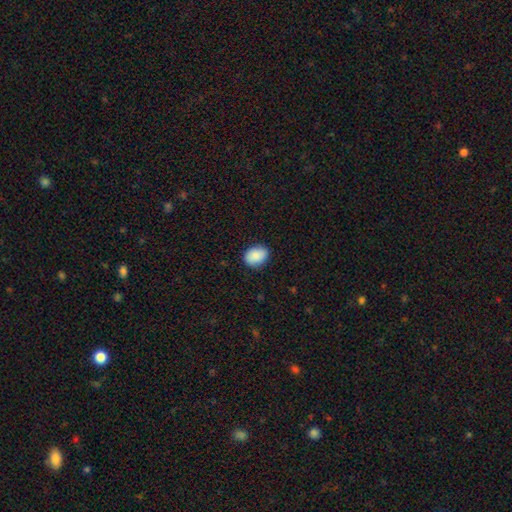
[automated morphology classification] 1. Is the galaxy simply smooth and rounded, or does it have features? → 89% smooth, 7% star or artifact, 4% featured or disk.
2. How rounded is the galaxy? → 64% in between, 35% round, 1% cigar-shaped.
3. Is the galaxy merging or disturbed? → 87% none, 10% minor disturbance, 2% major disturbance, 1% merger.